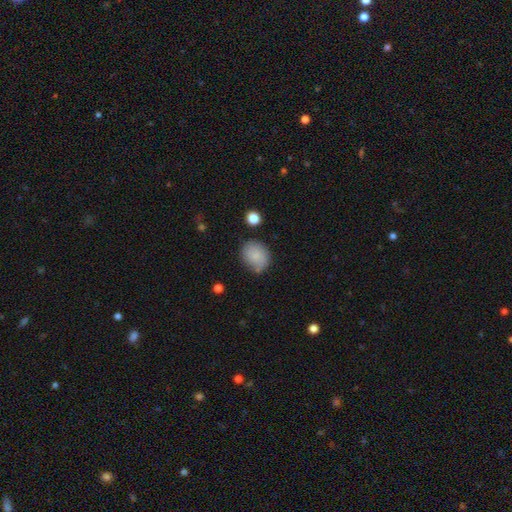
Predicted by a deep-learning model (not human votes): Overall: smooth (81%). How rounded: round (59%; in between 40%). Merging: none (67%).